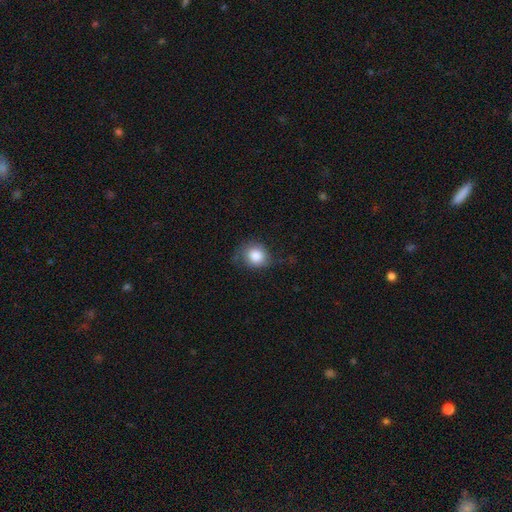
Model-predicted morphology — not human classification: Q: Smooth or featured?
A: smooth (80%); runner-up: featured or disk (12%)
Q: How rounded?
A: round (73%); runner-up: in between (26%)
Q: Merging?
A: none (56%); runner-up: minor disturbance (29%)